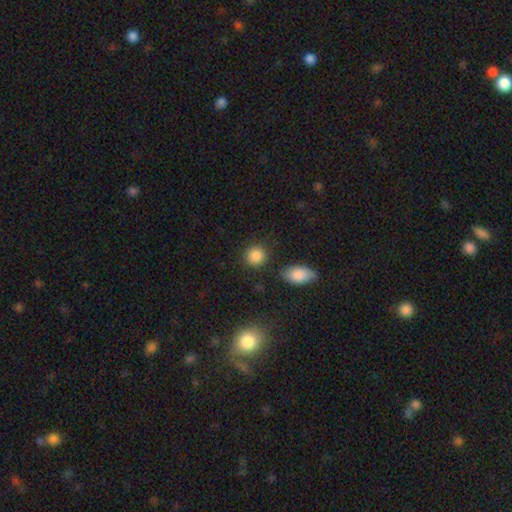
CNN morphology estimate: Smooth or featured?
  - smooth: 87% *
  - star or artifact: 9%
  - featured or disk: 4%
How rounded?
  - round: 84% *
  - in between: 14%
  - cigar-shaped: 1%
Merging?
  - none: 83% *
  - minor disturbance: 9%
  - merger: 5%
  - major disturbance: 3%